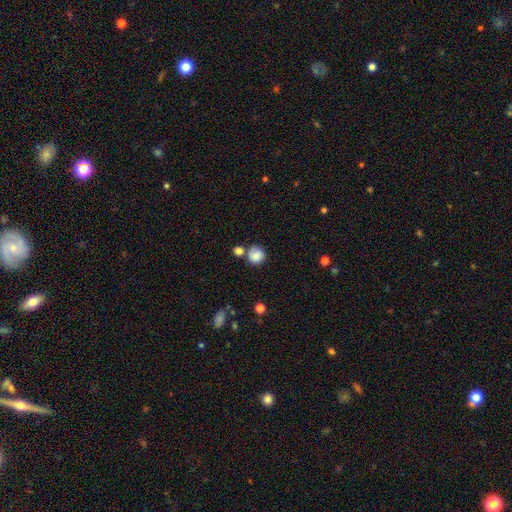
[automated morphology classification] smooth-or-featured: smooth: 84% | star or artifact: 9% | featured or disk: 7%
  how-rounded: round: 88% | in between: 11% | cigar-shaped: 1%
  merging: none: 59% | merger: 22% | minor disturbance: 14% | major disturbance: 5%